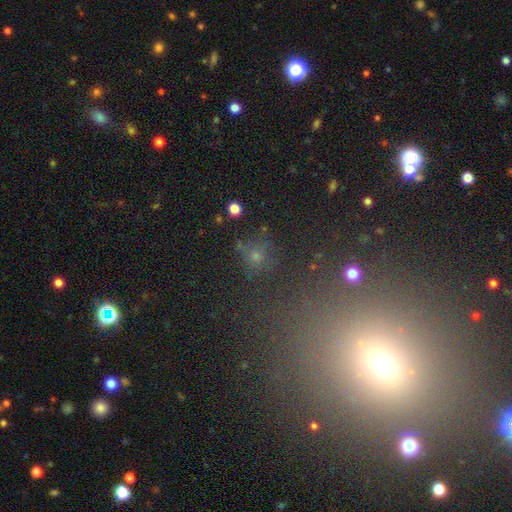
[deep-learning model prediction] Smooth or featured? Predicted: smooth (p=0.57). How rounded? Predicted: round (p=0.82). Merging? Predicted: none (p=0.65).